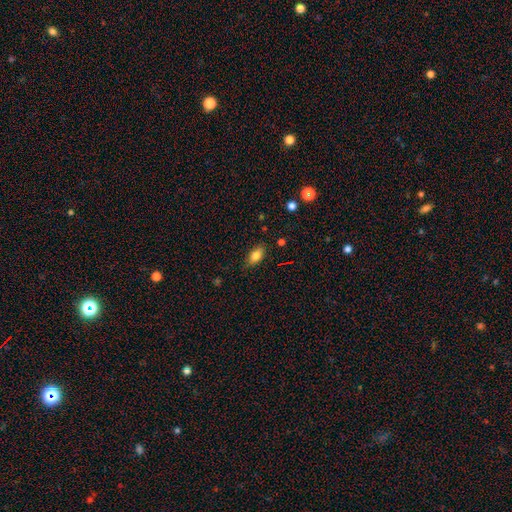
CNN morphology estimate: smooth_or_featured: smooth (p=0.80) [alt: featured or disk p=0.11]
how_rounded: in between (p=0.86) [alt: cigar-shaped p=0.08]
merging: none (p=0.81) [alt: minor disturbance p=0.14]